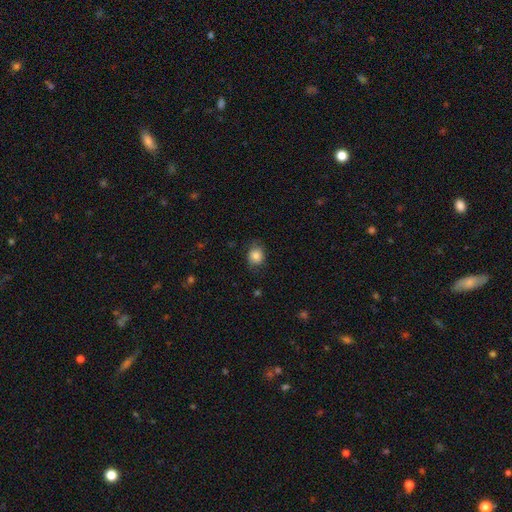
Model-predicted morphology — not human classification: A smooth galaxy with no disk features (84%) that is round (69%).

Vote fractions:
- Smooth or featured? smooth: 84% / star or artifact: 9% / featured or disk: 7%
- How rounded? round: 69% / in between: 30% / cigar-shaped: 1%
- Merging? none: 75% / minor disturbance: 20% / major disturbance: 5% / merger: 1%